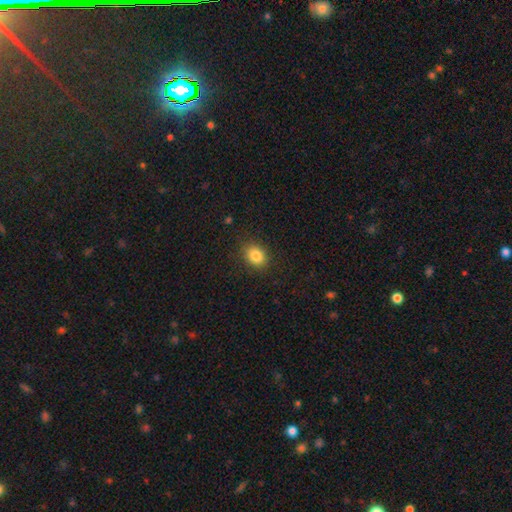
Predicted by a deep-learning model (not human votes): This appears to be a smooth galaxy with no disk features (85%) that is in between round and cigar-shaped (54%). Merging: none (86%).